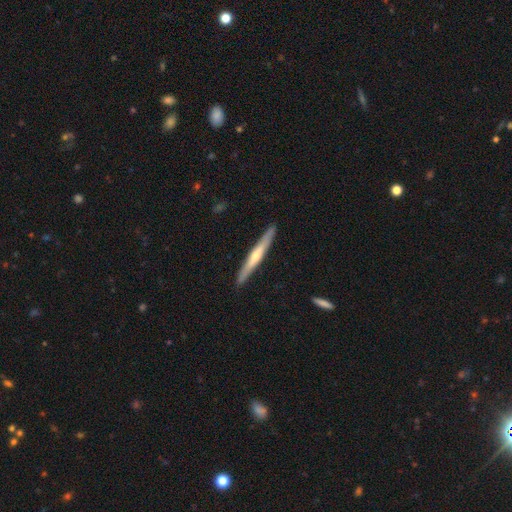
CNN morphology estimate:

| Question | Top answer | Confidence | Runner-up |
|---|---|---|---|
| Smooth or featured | featured or disk | 57% | smooth (38%) |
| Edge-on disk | yes | 96% | no (4%) |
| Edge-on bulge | rounded | 62% | none (31%) |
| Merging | none | 91% | minor disturbance (6%) |